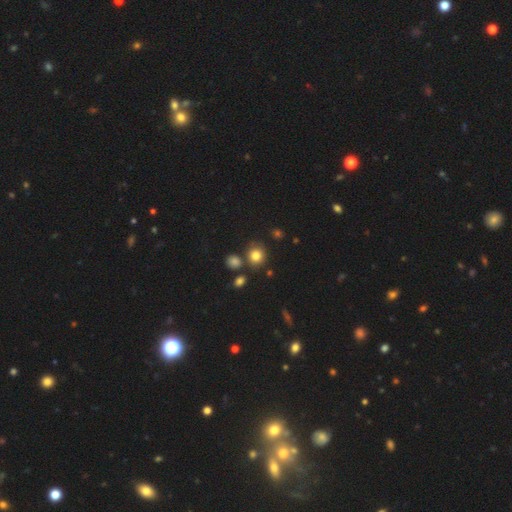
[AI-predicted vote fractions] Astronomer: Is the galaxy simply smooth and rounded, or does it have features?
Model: smooth — 81%.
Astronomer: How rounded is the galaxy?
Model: round — 81%.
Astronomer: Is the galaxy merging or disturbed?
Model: none — 74%.